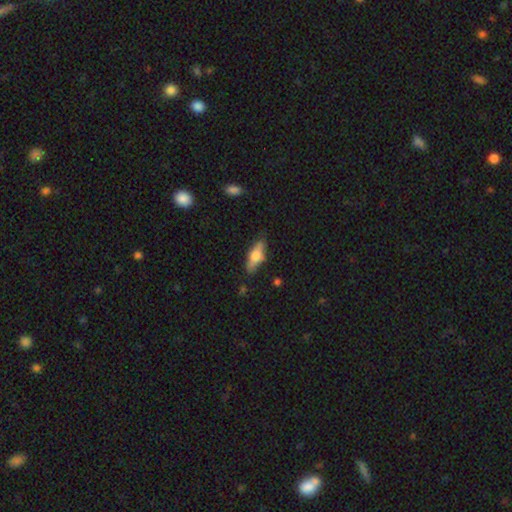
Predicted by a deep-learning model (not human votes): Smooth or featured?
  - smooth: 55% *
  - featured or disk: 38%
  - star or artifact: 6%
How rounded?
  - in between: 61% *
  - cigar-shaped: 36%
  - round: 3%
Merging?
  - none: 78% *
  - minor disturbance: 17%
  - major disturbance: 4%
  - merger: 2%